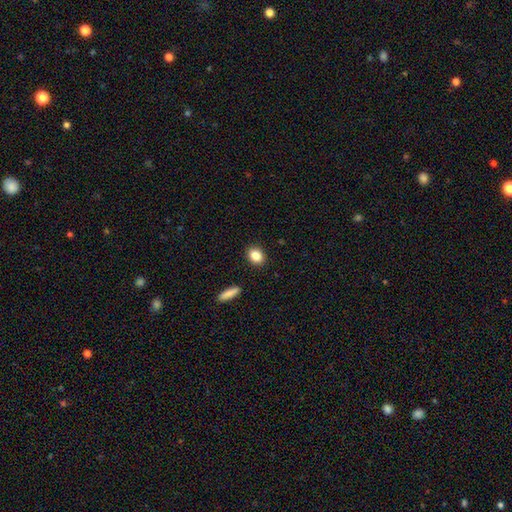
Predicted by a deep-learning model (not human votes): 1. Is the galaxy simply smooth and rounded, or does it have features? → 85% smooth, 9% star or artifact, 6% featured or disk.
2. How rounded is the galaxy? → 56% in between, 42% round, 2% cigar-shaped.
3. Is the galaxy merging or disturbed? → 90% none, 7% minor disturbance, 2% major disturbance, 2% merger.